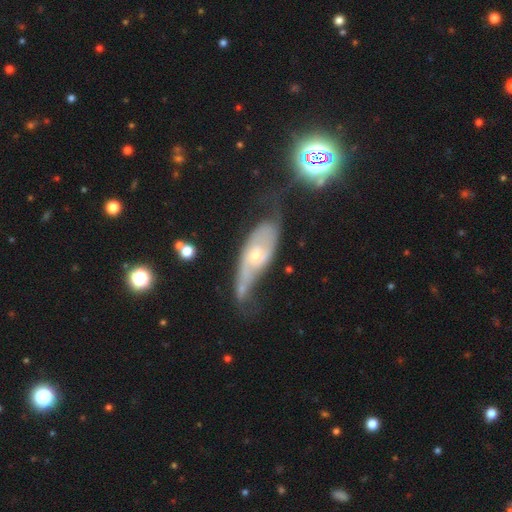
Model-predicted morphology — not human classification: Overall: featured or disk (67%). Edge-on disk: no (81%). Bar: no (73%). Spiral arms: yes (74%). Bulge size: small (57%; moderate 38%). Merging: none (36%; minor disturbance 33%).